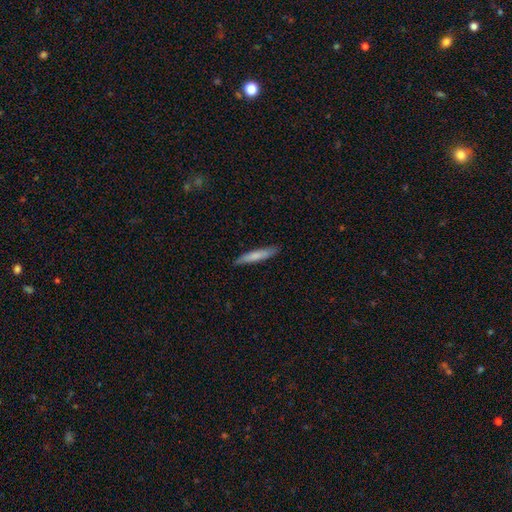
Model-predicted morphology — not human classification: The model was most divided on "smooth or featured": smooth: 75%, featured or disk: 20%, star or artifact: 5%. More confident: how rounded — cigar-shaped (92%); merging — none (88%).